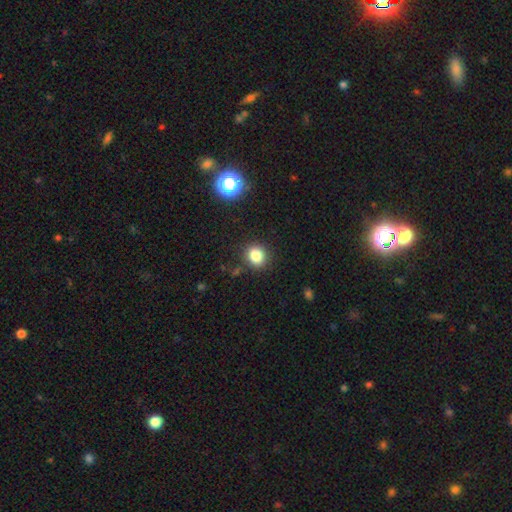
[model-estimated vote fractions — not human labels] Smooth or featured? smooth (83%)
How rounded? round (73%)
Merging? none (85%)